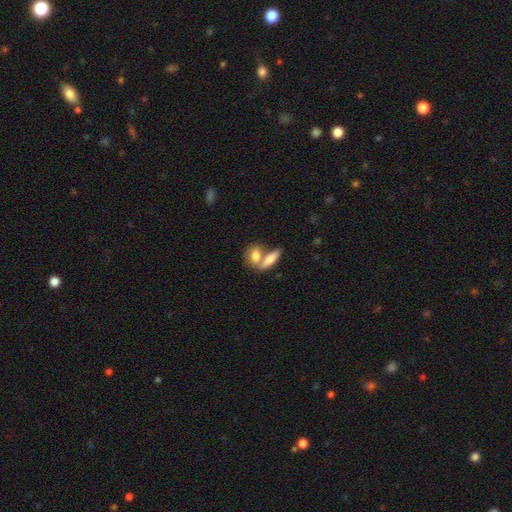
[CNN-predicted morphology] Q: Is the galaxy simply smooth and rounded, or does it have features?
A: smooth — 79%.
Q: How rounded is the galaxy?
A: in between — 73%.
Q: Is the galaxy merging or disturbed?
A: merger — 52%.